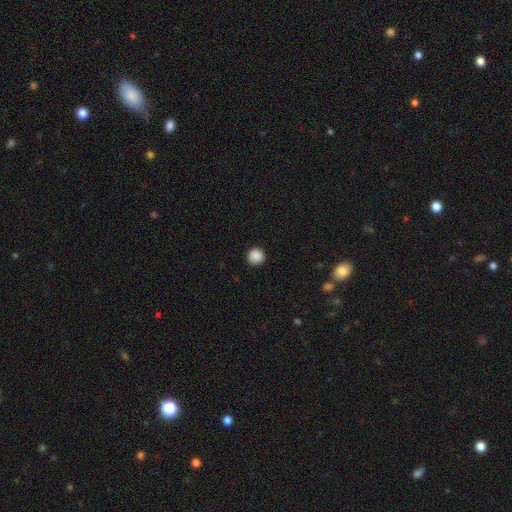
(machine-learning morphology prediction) smooth 88%, star or artifact 9%, featured or disk 2%. Down the decision tree: how rounded — round (95%); merging — none (91%).